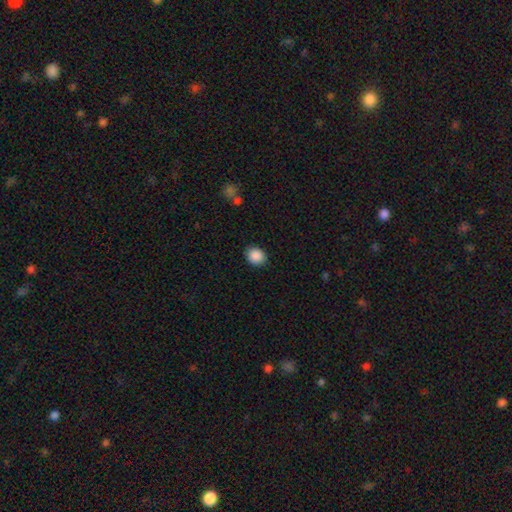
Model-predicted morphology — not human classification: Smooth or featured? Predicted: smooth (p=0.89). How rounded? Predicted: round (p=0.71). Merging? Predicted: none (p=0.88).